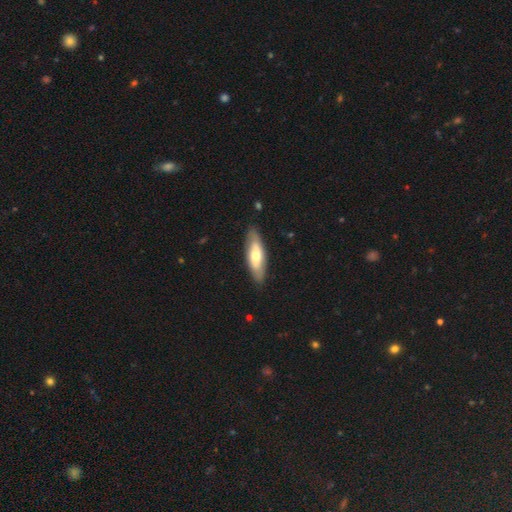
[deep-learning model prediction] Smooth or featured: smooth — 56% (featured or disk — 39%)
How rounded: in between — 57% (cigar-shaped — 42%)
Merging: none — 86% (minor disturbance — 11%)